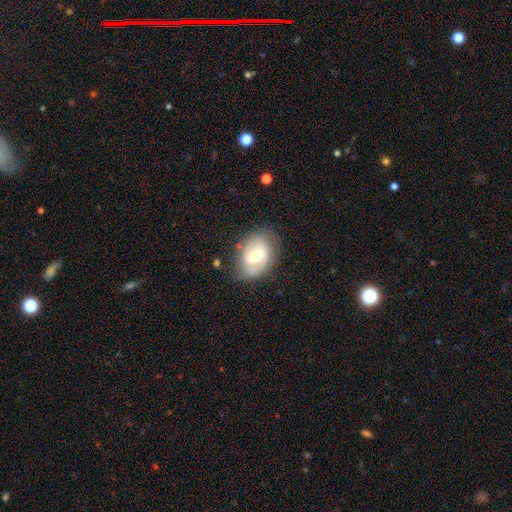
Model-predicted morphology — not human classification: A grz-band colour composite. It shows a featured or disk galaxy (68%) with a weak bar (51%), spiral arms (73%) and a moderate central bulge (71%). Merging: none (74%).